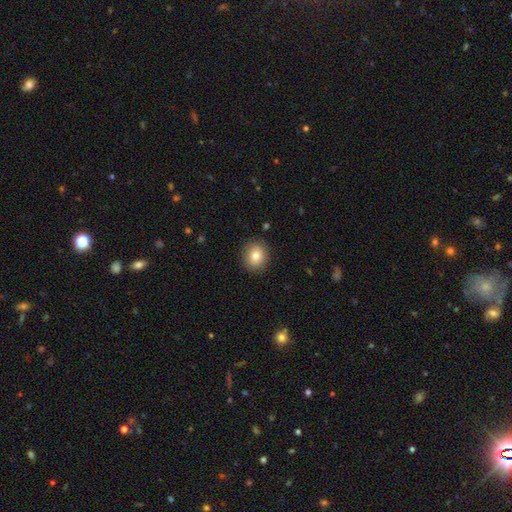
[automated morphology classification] Smooth or featured?
  - smooth: 81% *
  - featured or disk: 10%
  - star or artifact: 9%
How rounded?
  - round: 73% *
  - in between: 26%
  - cigar-shaped: 1%
Merging?
  - none: 89% *
  - minor disturbance: 8%
  - major disturbance: 2%
  - merger: 1%